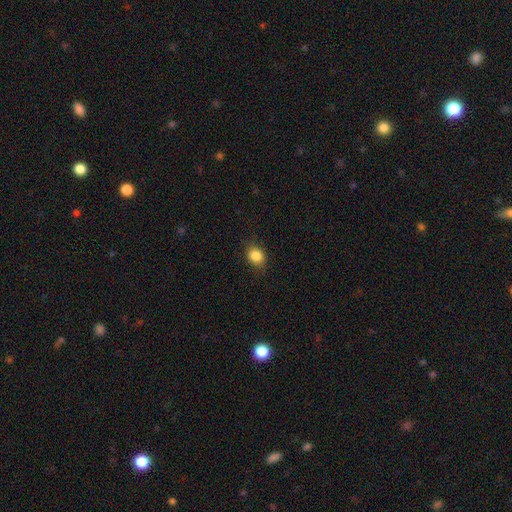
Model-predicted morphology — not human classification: smooth_or_featured: smooth (p=0.85) [alt: star or artifact p=0.09]
how_rounded: in between (p=0.50) [alt: round p=0.49]
merging: none (p=0.83) [alt: minor disturbance p=0.13]